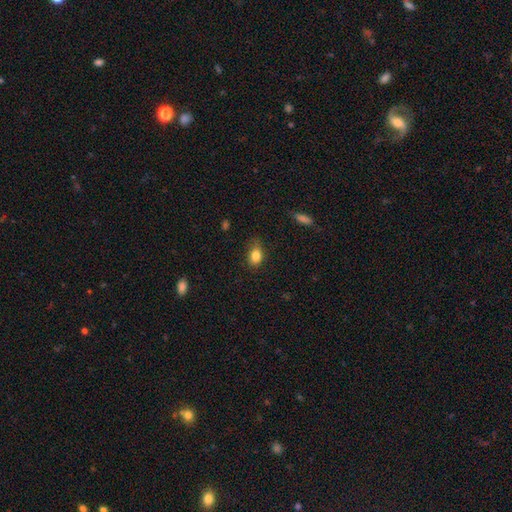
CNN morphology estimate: Smooth or featured? Predicted: smooth (p=0.83). How rounded? Predicted: in between (p=0.76). Merging? Predicted: none (p=0.65).